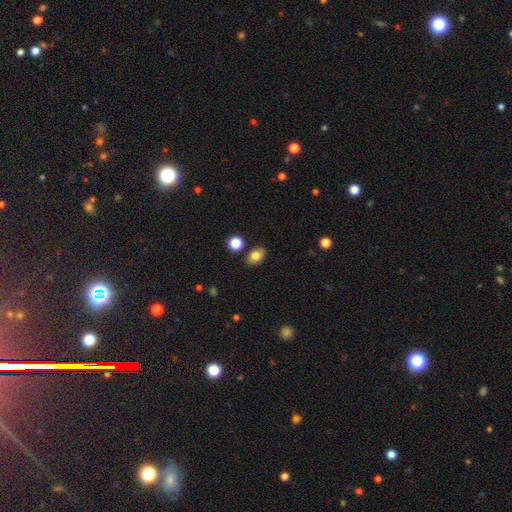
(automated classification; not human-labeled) Smooth or featured? Predicted: smooth (p=0.82). How rounded? Predicted: in between (p=0.79). Merging? Predicted: none (p=0.82).